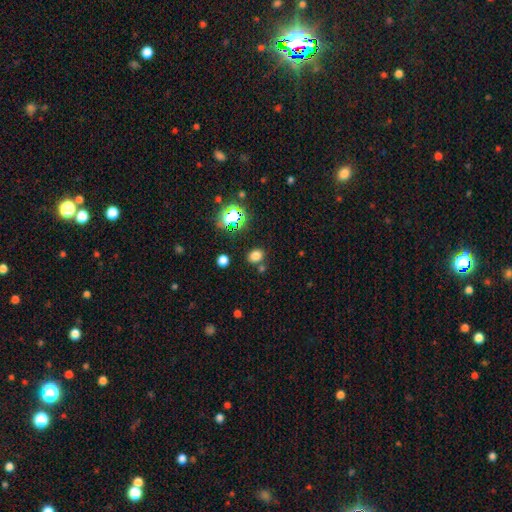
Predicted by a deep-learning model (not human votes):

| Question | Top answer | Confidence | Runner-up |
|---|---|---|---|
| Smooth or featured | smooth | 74% | star or artifact (20%) |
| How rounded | round | 53% | in between (46%) |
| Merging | none | 75% | minor disturbance (11%) |